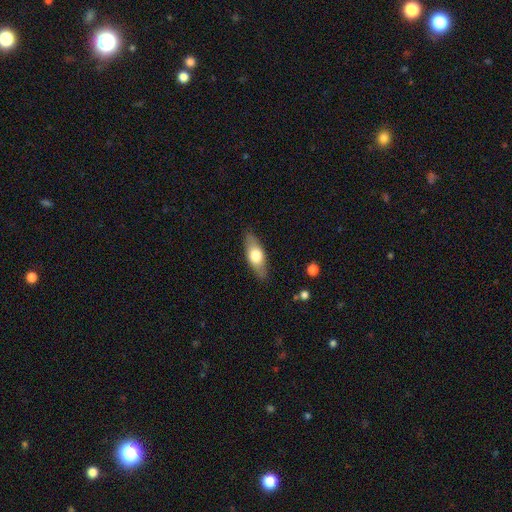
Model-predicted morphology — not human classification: Smooth or featured: smooth — 57% (featured or disk — 37%)
How rounded: in between — 68% (cigar-shaped — 28%)
Merging: none — 85% (minor disturbance — 11%)